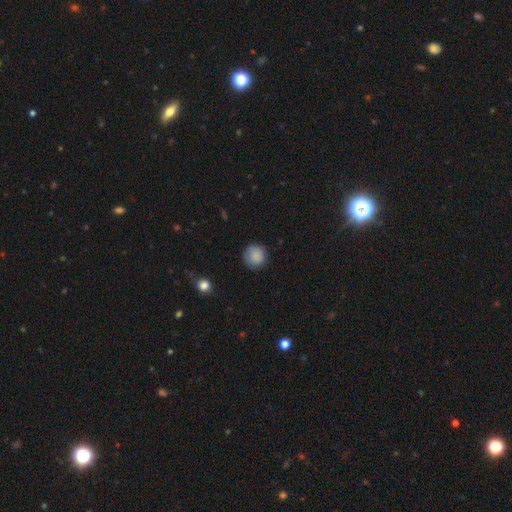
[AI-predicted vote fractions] This is clearly a smooth galaxy (87%). How rounded: clearly round (94%). Merging: clearly none (84%).